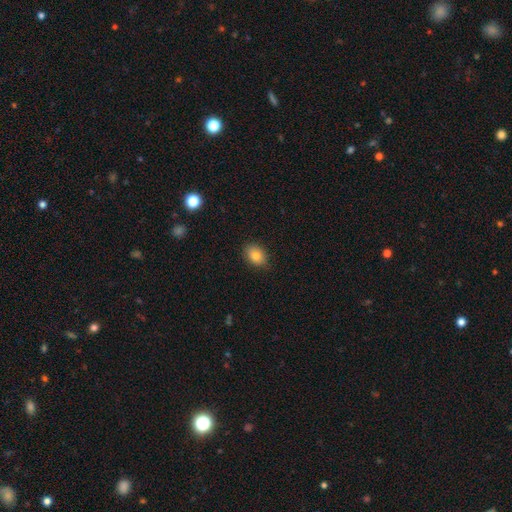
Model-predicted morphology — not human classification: Q: Smooth or featured?
A: smooth (82%); runner-up: star or artifact (9%)
Q: How rounded?
A: in between (75%); runner-up: round (24%)
Q: Merging?
A: none (85%); runner-up: minor disturbance (12%)